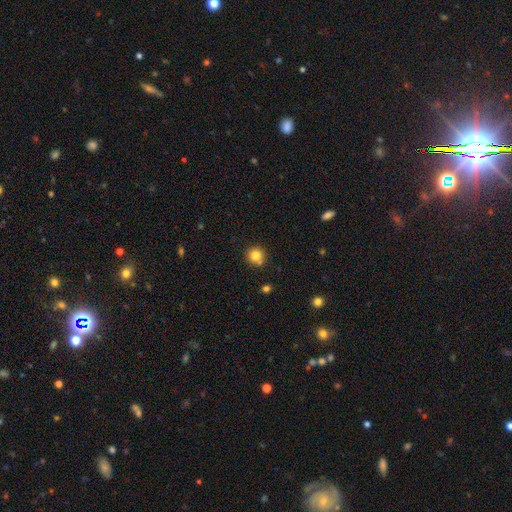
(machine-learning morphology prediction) This is clearly a smooth galaxy (82%). How rounded: clearly round (92%). Merging: likely none (79%).